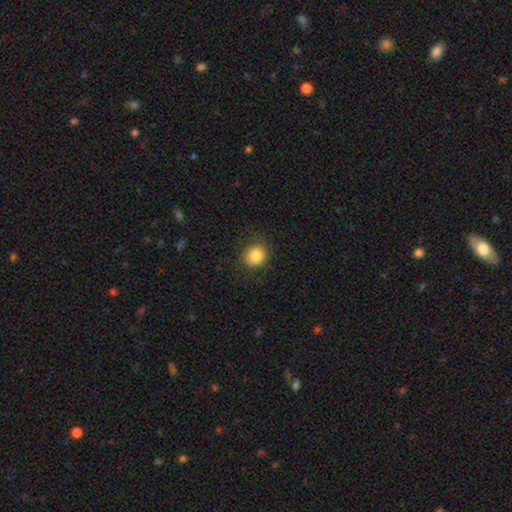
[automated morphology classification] Overall: smooth (84%). How rounded: round (86%). Merging: none (87%).